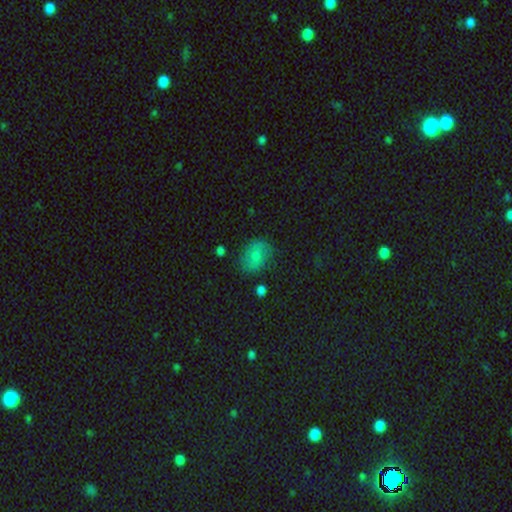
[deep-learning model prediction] Overall: smooth (73%). How rounded: in between (66%; round 33%). Merging: none (71%).